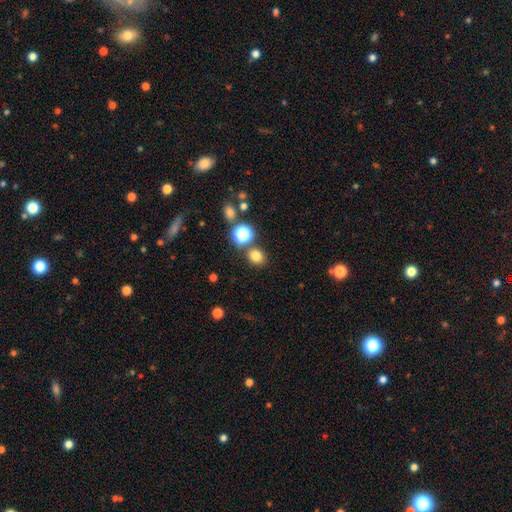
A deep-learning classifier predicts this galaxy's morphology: Q: Smooth or featured?
A: smooth (77%); runner-up: star or artifact (17%)
Q: How rounded?
A: round (66%); runner-up: in between (33%)
Q: Merging?
A: none (78%); runner-up: minor disturbance (9%)